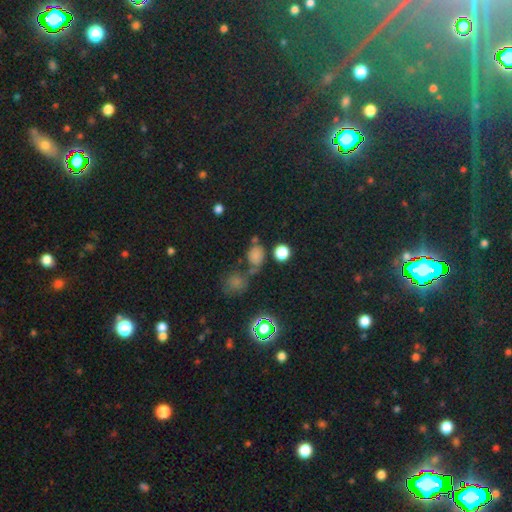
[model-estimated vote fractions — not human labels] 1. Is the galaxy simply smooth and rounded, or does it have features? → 69% smooth, 24% star or artifact, 7% featured or disk.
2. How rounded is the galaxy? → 59% round, 39% in between, 2% cigar-shaped.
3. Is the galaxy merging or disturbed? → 60% none, 20% merger, 13% minor disturbance, 7% major disturbance.